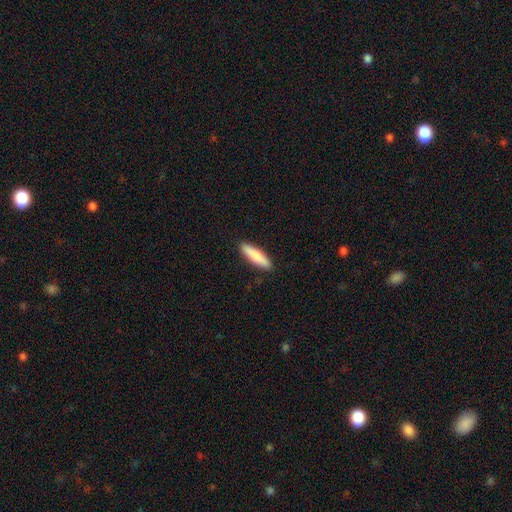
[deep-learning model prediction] Morphology: type=smooth (81%); roundness=cigar-shaped (78%); merging=none (91%).